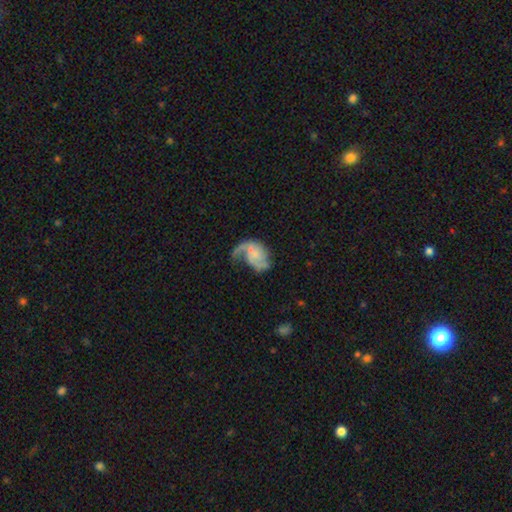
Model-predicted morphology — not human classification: Smooth or featured: featured or disk — 73% (smooth — 20%)
Edge-on disk: no — 98% (yes — 2%)
Bar: no — 69% (weak — 26%)
Spiral arms: yes — 87% (no — 13%)
Spiral winding: loose — 54% (medium — 34%)
Spiral arm count: 2 — 56% (1 — 29%)
Bulge size: none — 42% (small — 40%)
Merging: major disturbance — 39% (none — 32%)